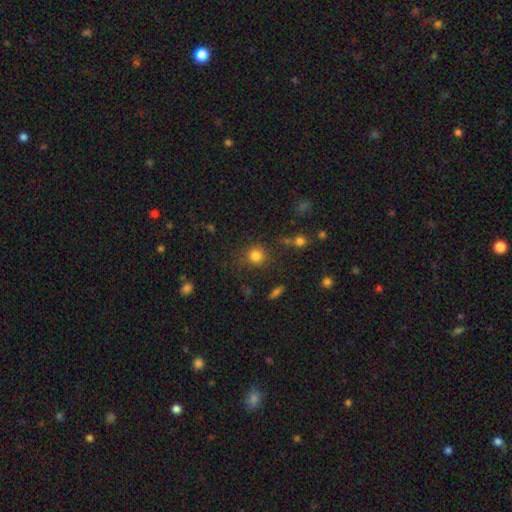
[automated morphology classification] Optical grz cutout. It shows a smooth galaxy with no disk features (80%) that is round (90%). Merging: none (78%).